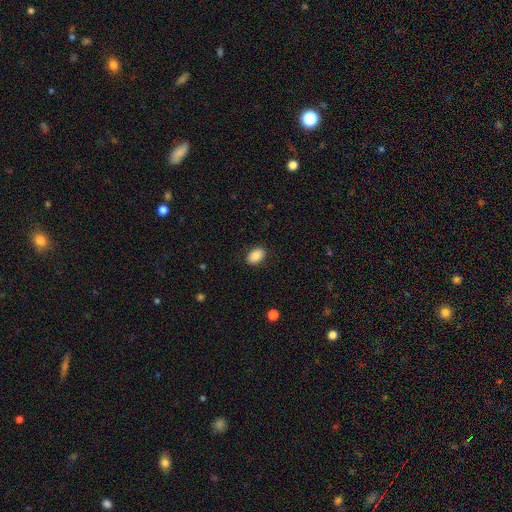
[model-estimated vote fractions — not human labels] Q: Smooth or featured?
A: smooth (86%); runner-up: star or artifact (8%)
Q: How rounded?
A: in between (84%); runner-up: round (15%)
Q: Merging?
A: none (87%); runner-up: minor disturbance (10%)